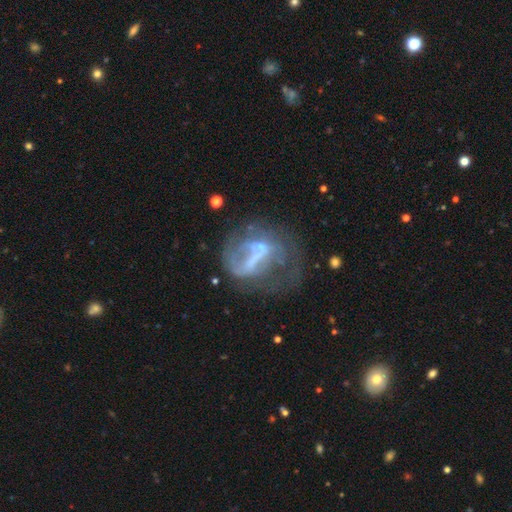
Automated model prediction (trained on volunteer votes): smooth-or-featured: featured or disk: 65% | smooth: 23% | star or artifact: 12%
  disk-edge-on: no: 96% | yes: 4%
    bar: no: 39% | strong: 31% | weak: 30%
    has-spiral-arms: no: 61% | yes: 39%
    bulge-size: none: 50% | small: 25% | moderate: 18% | large: 5% | dominant: 2%
  merging: major disturbance: 41% | none: 34% | minor disturbance: 19% | merger: 7%